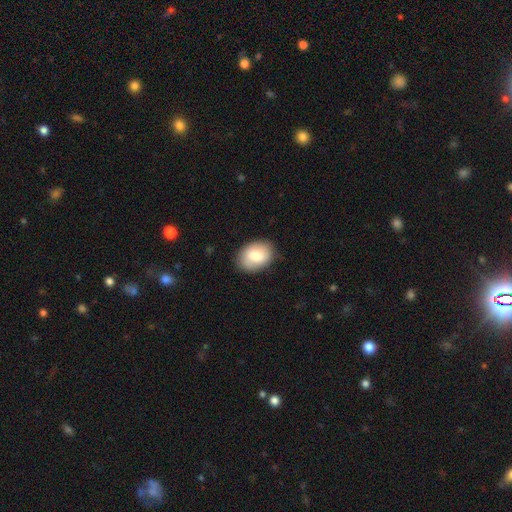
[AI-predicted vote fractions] A smooth galaxy with no disk features (78%) that is in between round and cigar-shaped (78%). Merging: none (84%).